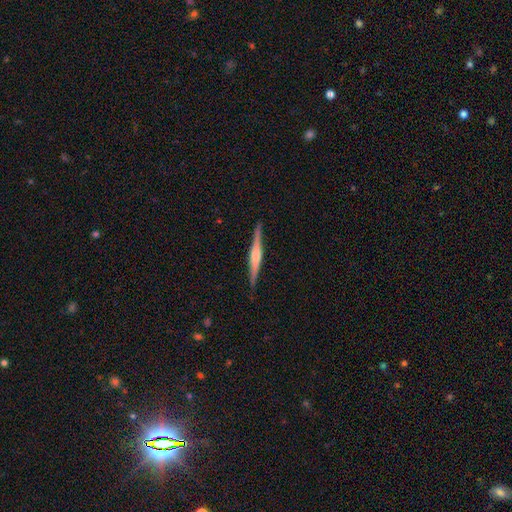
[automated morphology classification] Q: Smooth or featured?
A: featured or disk (76%); runner-up: smooth (18%)
Q: Edge-on disk?
A: yes (98%); runner-up: no (2%)
Q: Edge-on bulge?
A: rounded (68%); runner-up: boxy (23%)
Q: Merging?
A: none (90%); runner-up: minor disturbance (8%)